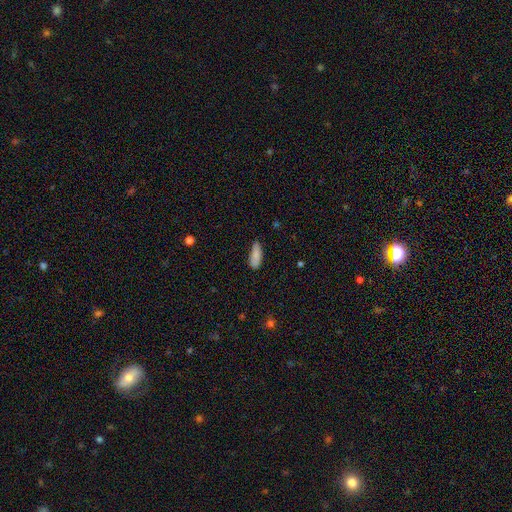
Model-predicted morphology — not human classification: This appears to be a smooth galaxy with no disk features (86%) that is in between round and cigar-shaped (66%). Merging: none (71%).